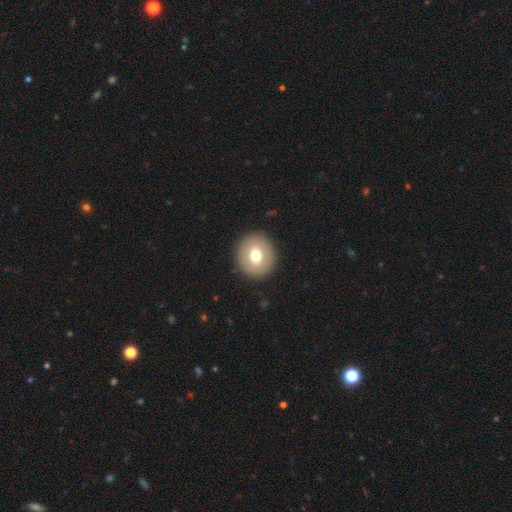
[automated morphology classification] smooth-or-featured: smooth: 71% | featured or disk: 21% | star or artifact: 8%
  how-rounded: round: 82% | in between: 17% | cigar-shaped: 1%
  merging: none: 90% | minor disturbance: 6% | major disturbance: 2% | merger: 1%